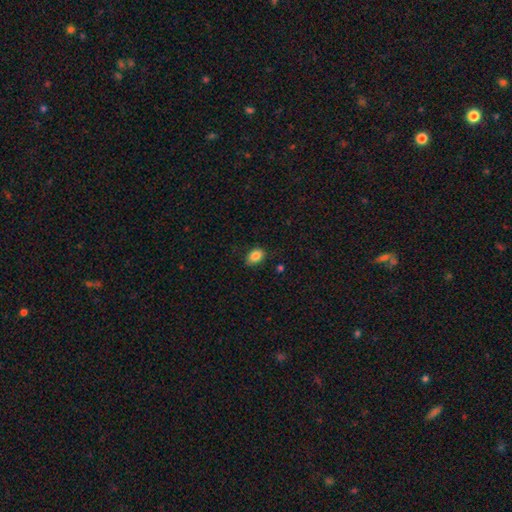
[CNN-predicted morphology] Overall: smooth (86%). How rounded: in between (81%). Merging: none (81%).